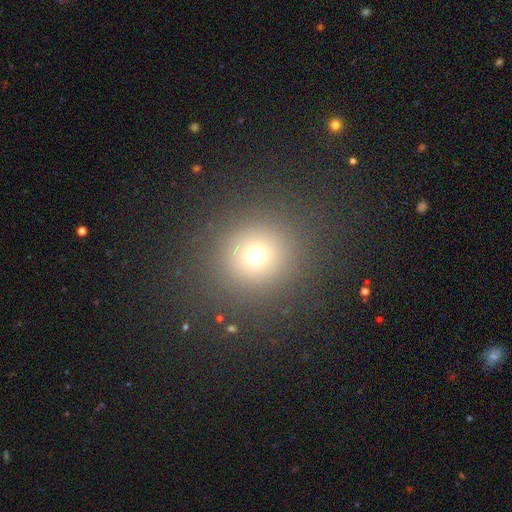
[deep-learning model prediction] Morphology: type=smooth (69%); roundness=round (93%); merging=none (87%).